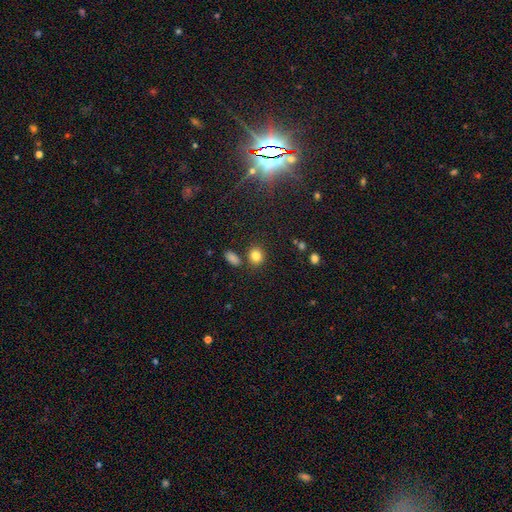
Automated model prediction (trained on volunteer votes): A smooth galaxy with no disk features (82%) that is round (71%).

Vote fractions:
- Smooth or featured? smooth: 82% / star or artifact: 11% / featured or disk: 7%
- How rounded? round: 71% / in between: 28% / cigar-shaped: 1%
- Merging? none: 79% / minor disturbance: 10% / merger: 8% / major disturbance: 3%